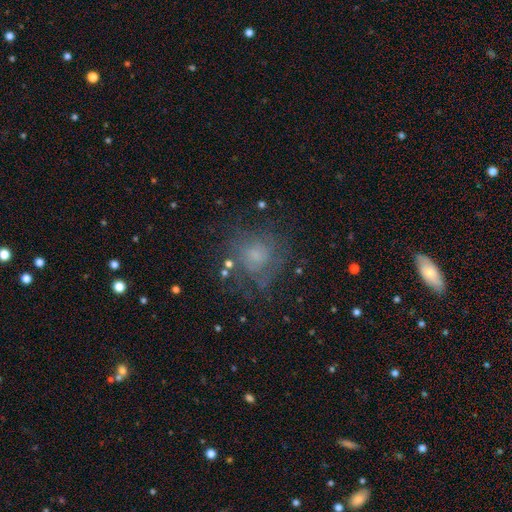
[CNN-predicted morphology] Overall: featured or disk (45%; smooth 38%). Merging: none (62%).